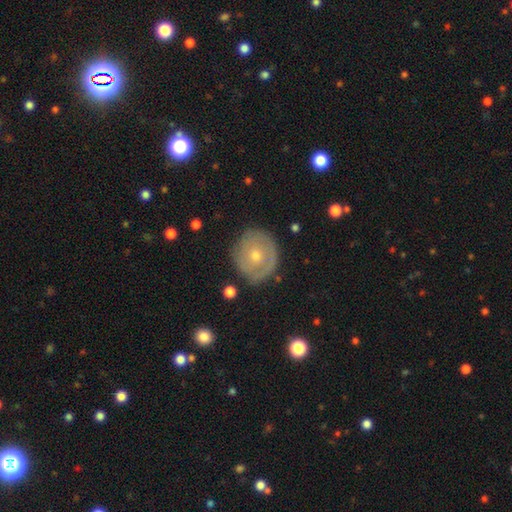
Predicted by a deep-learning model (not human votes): Morphology: type=featured or disk (55%); edge-on=no (95%); bar=no (86%); spiral arms=no (53%); bulge=small (54%); merging=none (79%).